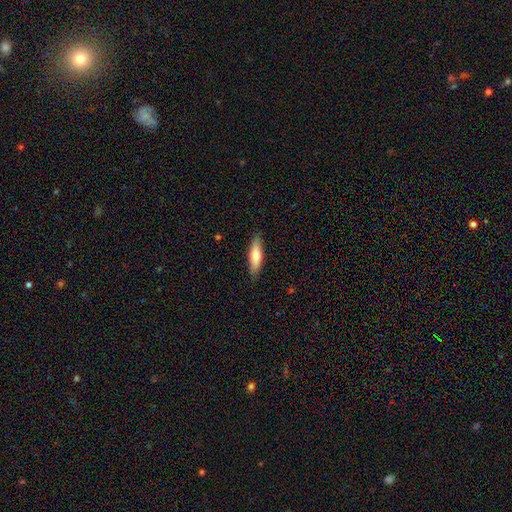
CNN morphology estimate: A smooth galaxy with no disk features (73%) that is cigar-shaped (62%). Merging: none (86%).